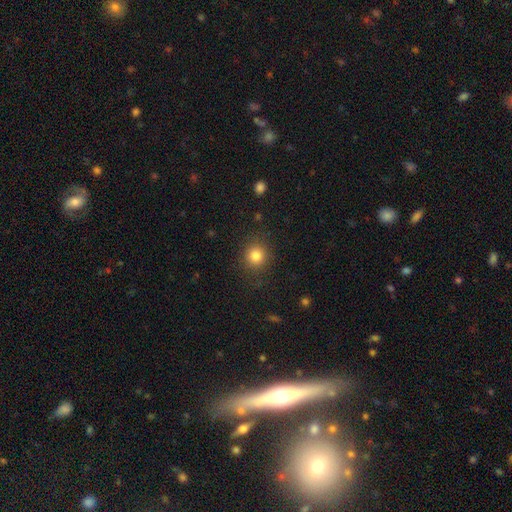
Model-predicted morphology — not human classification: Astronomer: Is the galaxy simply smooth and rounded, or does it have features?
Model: smooth — 82%.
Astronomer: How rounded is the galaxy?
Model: round — 88%.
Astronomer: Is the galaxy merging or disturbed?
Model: none — 87%.